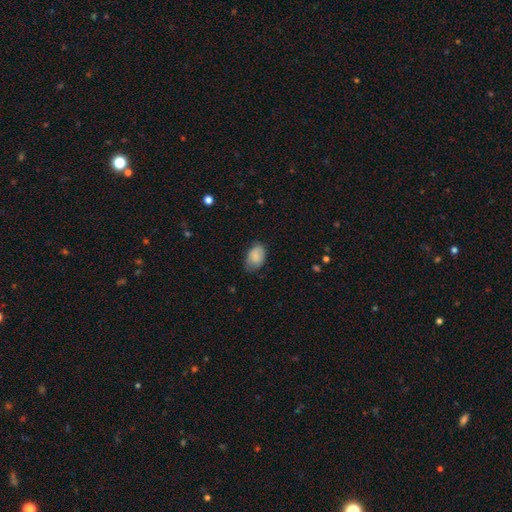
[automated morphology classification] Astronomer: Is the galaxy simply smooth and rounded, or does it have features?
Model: smooth — 83%.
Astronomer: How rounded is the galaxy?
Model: in between — 86%.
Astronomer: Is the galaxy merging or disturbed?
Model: none — 62%.